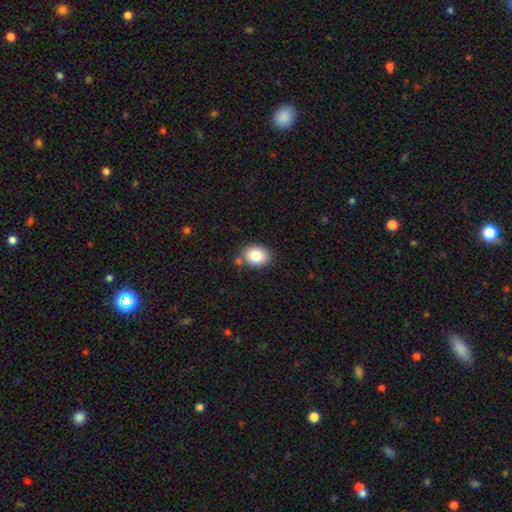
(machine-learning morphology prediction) Smooth or featured? Predicted: smooth (p=0.85). How rounded? Predicted: in between (p=0.61). Merging? Predicted: none (p=0.77).